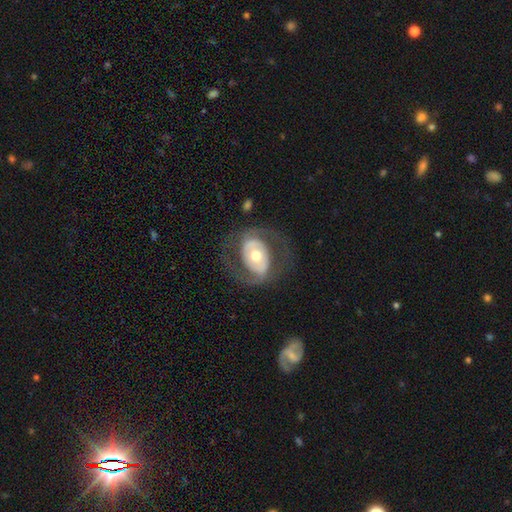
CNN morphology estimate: Smooth or featured? Predicted: featured or disk (p=0.72). Edge-on disk? Predicted: no (p=0.95). Bar? Predicted: no (p=0.60). Spiral arms? Predicted: yes (p=0.60). Bulge size? Predicted: moderate (p=0.72). Merging? Predicted: none (p=0.70).